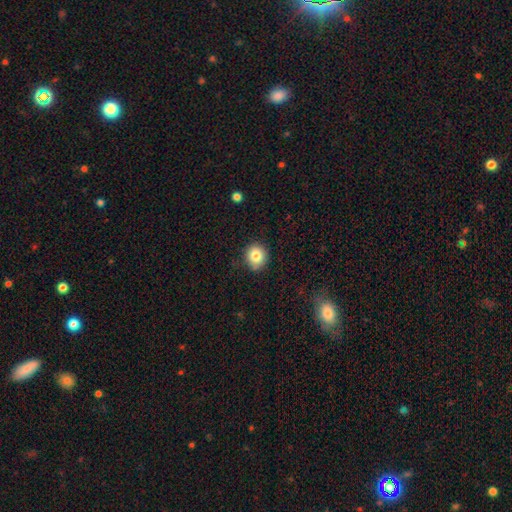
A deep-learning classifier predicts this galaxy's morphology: Smooth or featured? Predicted: smooth (p=0.81). How rounded? Predicted: round (p=0.82). Merging? Predicted: none (p=0.82).